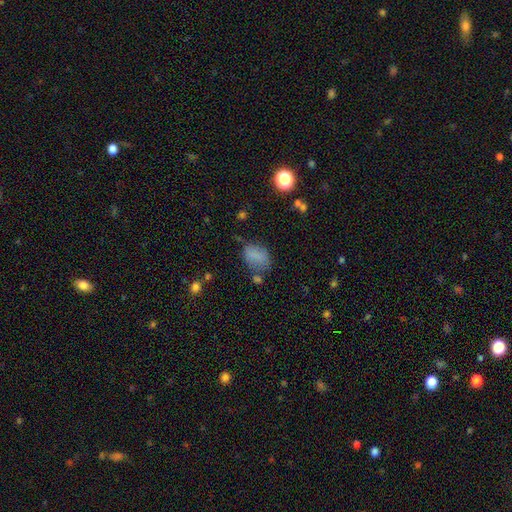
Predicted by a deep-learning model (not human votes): Smooth or featured: smooth — 77% (star or artifact — 13%)
How rounded: in between — 78% (round — 20%)
Merging: none — 60% (minor disturbance — 24%)